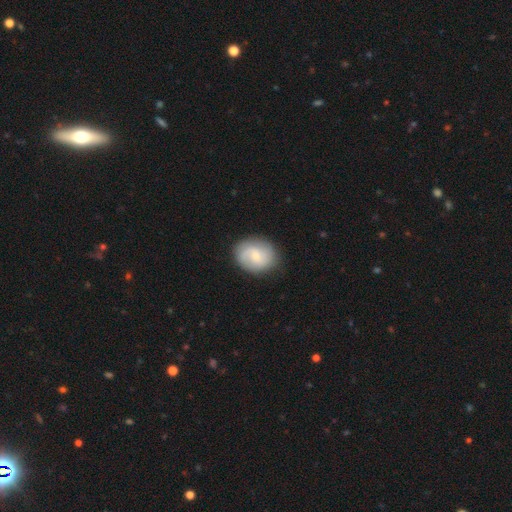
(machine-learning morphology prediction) A featured or disk galaxy (52%) with a weak bar (49%), spiral arms (85%) and a small central bulge (66%). Merging: none (82%).